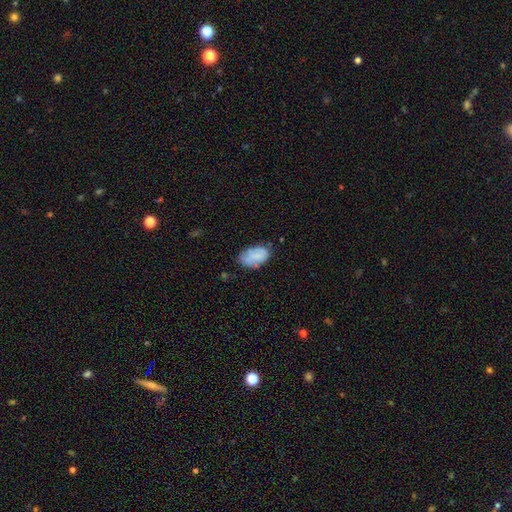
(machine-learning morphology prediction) Overall: smooth (76%). How rounded: in between (93%). Merging: none (63%; minor disturbance 27%).